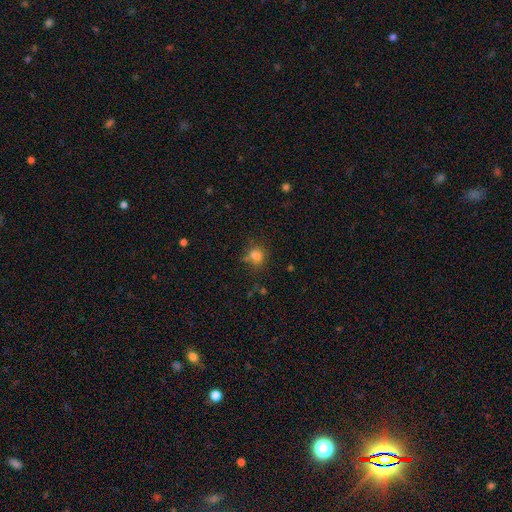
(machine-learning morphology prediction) Overall: smooth (80%). How rounded: round (68%; in between 31%). Merging: none (62%).